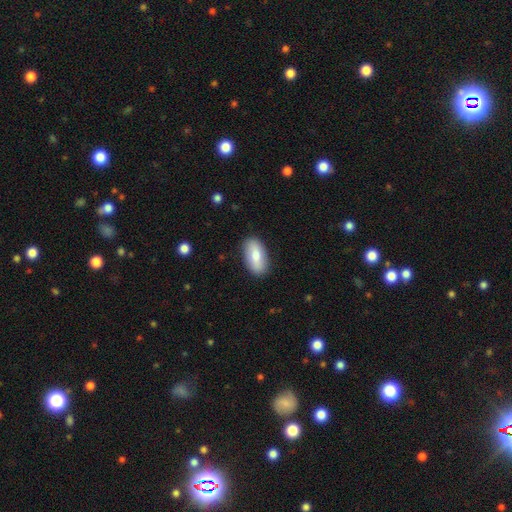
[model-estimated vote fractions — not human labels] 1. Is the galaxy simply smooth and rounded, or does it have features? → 73% smooth, 21% featured or disk, 6% star or artifact.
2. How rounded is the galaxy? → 91% in between, 6% cigar-shaped, 3% round.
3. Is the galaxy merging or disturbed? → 87% none, 10% minor disturbance, 2% major disturbance, 1% merger.